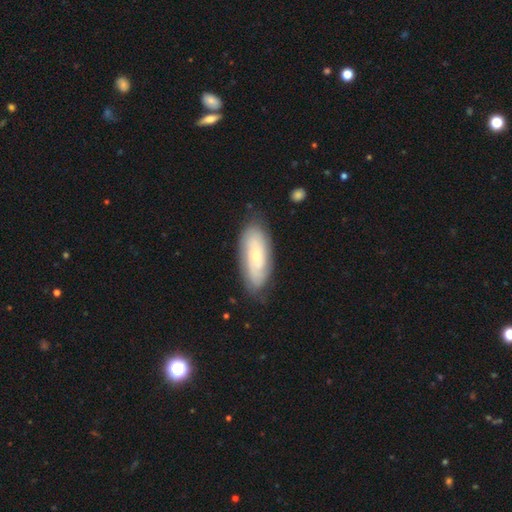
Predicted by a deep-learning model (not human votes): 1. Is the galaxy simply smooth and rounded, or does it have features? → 51% featured or disk, 42% smooth, 7% star or artifact.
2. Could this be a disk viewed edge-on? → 86% no, 14% yes.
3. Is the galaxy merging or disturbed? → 80% none, 15% minor disturbance, 4% major disturbance, 1% merger.